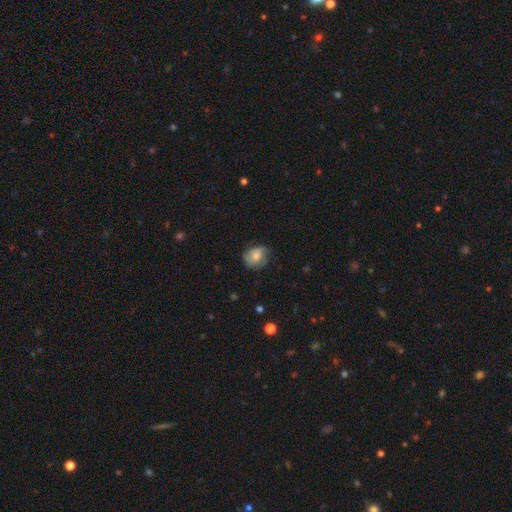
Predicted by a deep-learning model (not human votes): Overall: smooth (67%). How rounded: round (58%; in between 41%). Merging: none (61%; minor disturbance 29%).